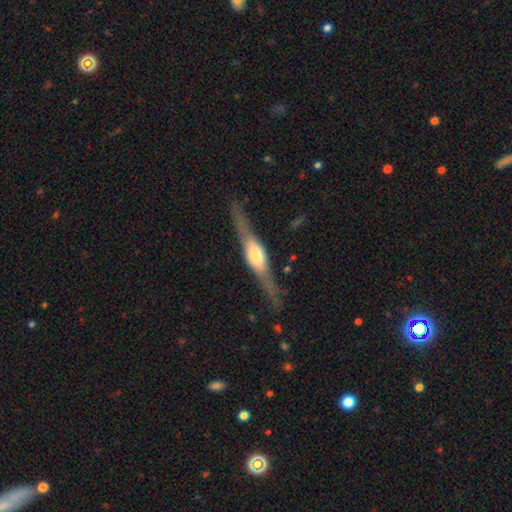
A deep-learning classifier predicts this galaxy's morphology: This is likely a featured or disk galaxy (76%). It is clearly viewed edge-on (95%). Edge-on bulge: clearly rounded (82%). Merging: clearly none (82%).